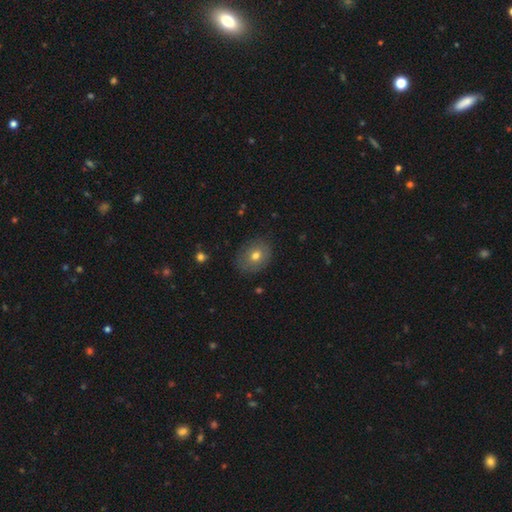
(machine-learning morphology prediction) type=smooth (70%); roundness=in between (55%); merging=none (82%).